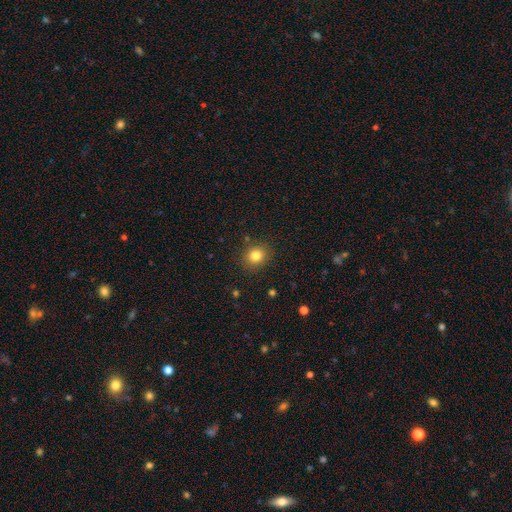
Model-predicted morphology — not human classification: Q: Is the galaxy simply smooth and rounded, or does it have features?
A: smooth — 81%.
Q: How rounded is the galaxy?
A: round — 76%.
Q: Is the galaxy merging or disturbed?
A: none — 88%.